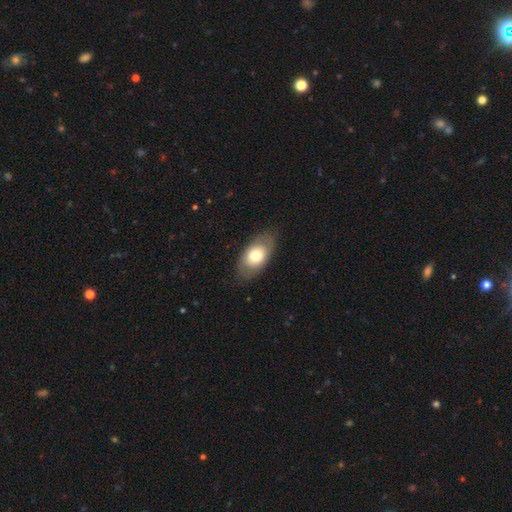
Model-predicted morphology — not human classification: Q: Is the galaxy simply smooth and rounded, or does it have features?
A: smooth — 66%.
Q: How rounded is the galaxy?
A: in between — 90%.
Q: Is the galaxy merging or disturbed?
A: none — 82%.